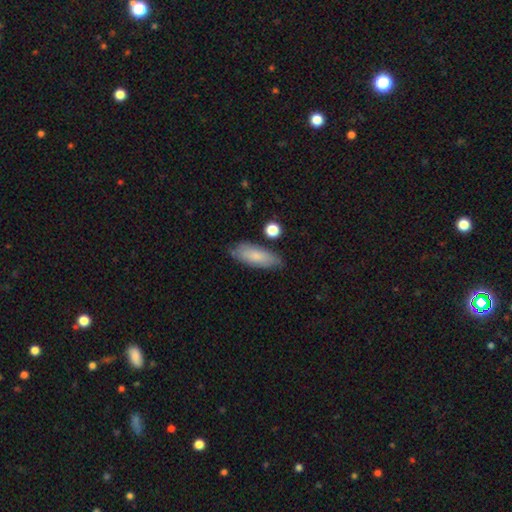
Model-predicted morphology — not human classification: A smooth galaxy with no disk features (77%) that is in between round and cigar-shaped (67%).

Vote fractions:
- Smooth or featured? smooth: 77% / featured or disk: 17% / star or artifact: 6%
- How rounded? in between: 67% / cigar-shaped: 31% / round: 2%
- Merging? none: 75% / minor disturbance: 18% / merger: 4% / major disturbance: 4%